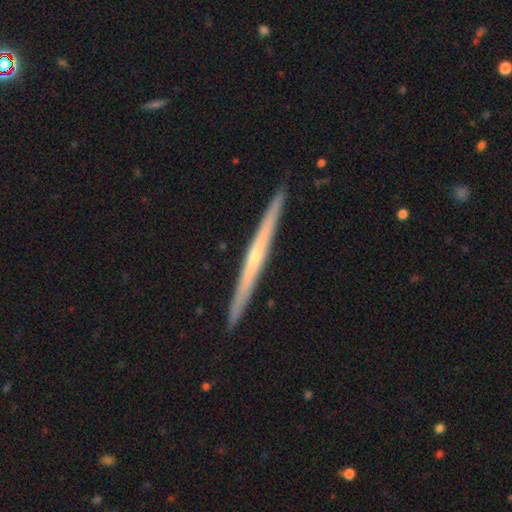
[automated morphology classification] Smooth or featured? Predicted: featured or disk (p=0.73). Edge-on disk? Predicted: yes (p=0.98). Edge-on bulge? Predicted: none (p=0.52). Merging? Predicted: none (p=0.93).